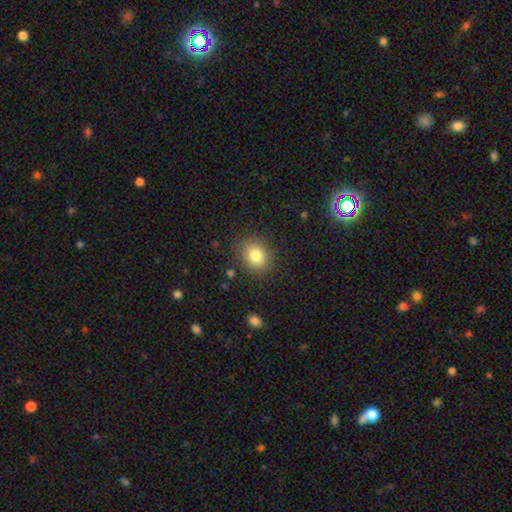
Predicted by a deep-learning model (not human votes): The model was most divided on "how rounded": round: 60%, in between: 39%, cigar-shaped: 1%. More confident: merging — none (85%); smooth or featured — smooth (82%).